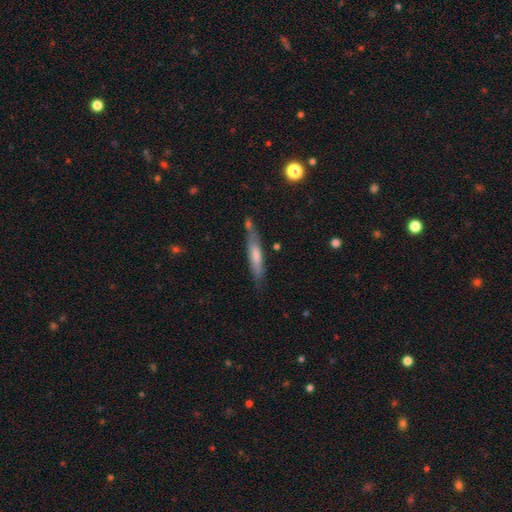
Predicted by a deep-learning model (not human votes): Smooth or featured? smooth (58%)
How rounded? cigar-shaped (88%)
Merging? none (69%)